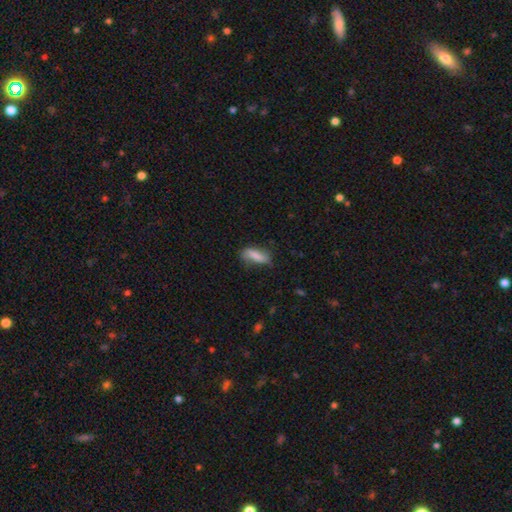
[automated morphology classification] Overall: smooth (80%). How rounded: in between (64%; cigar-shaped 34%). Merging: none (61%; minor disturbance 28%).